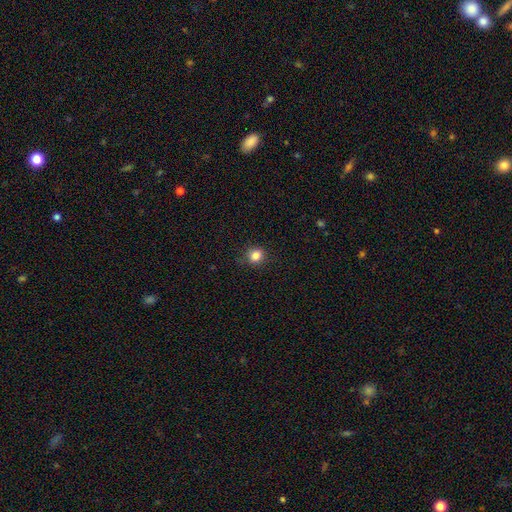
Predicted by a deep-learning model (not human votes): This is clearly a smooth galaxy (84%). How rounded: clearly round (83%). Merging: clearly none (86%).